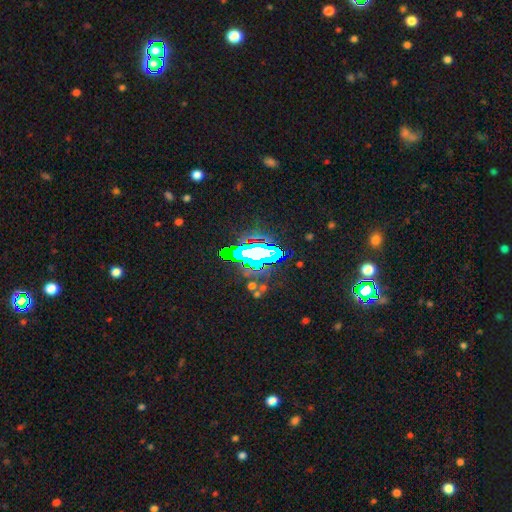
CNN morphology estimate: A star or artifact, not a galaxy (60%).